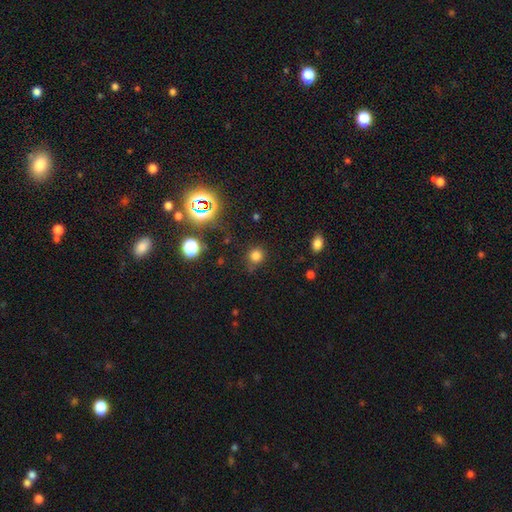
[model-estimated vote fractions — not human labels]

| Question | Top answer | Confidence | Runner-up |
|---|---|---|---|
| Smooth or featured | smooth | 74% | star or artifact (20%) |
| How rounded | round | 87% | in between (12%) |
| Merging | none | 76% | minor disturbance (16%) |